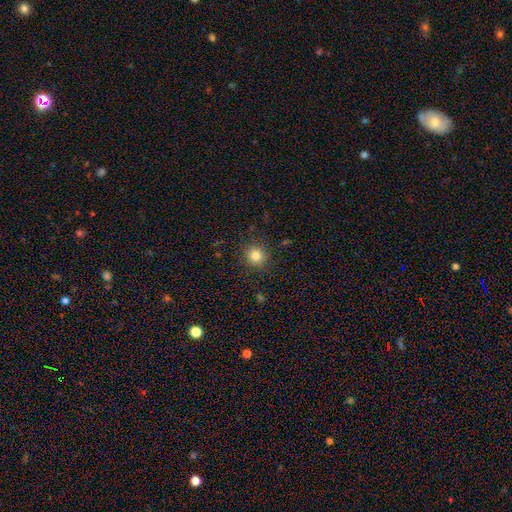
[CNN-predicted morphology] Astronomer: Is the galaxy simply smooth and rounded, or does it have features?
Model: smooth — 81%.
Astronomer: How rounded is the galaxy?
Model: round — 90%.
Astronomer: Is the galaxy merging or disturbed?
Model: none — 88%.